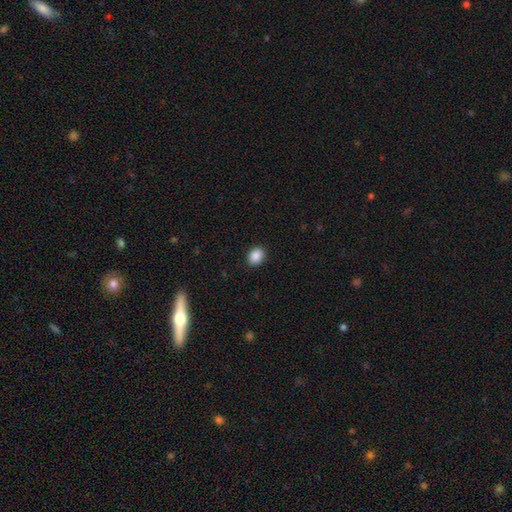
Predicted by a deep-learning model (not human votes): smooth_or_featured: smooth (p=0.89) [alt: star or artifact p=0.08]
how_rounded: in between (p=0.56) [alt: round p=0.43]
merging: none (p=0.91) [alt: minor disturbance p=0.06]